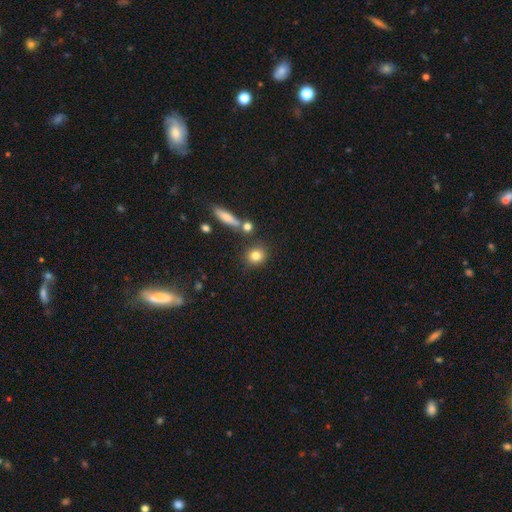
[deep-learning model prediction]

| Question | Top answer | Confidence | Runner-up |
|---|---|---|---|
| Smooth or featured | smooth | 80% | star or artifact (11%) |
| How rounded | round | 79% | in between (18%) |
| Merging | none | 77% | merger (10%) |